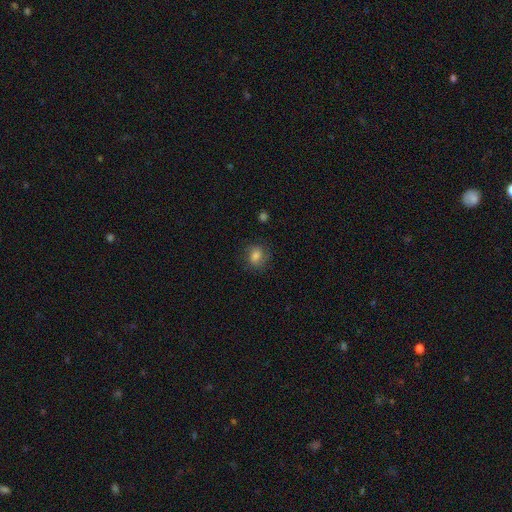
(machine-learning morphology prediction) Smooth or featured? Predicted: smooth (p=0.74). How rounded? Predicted: round (p=0.68). Merging? Predicted: none (p=0.75).